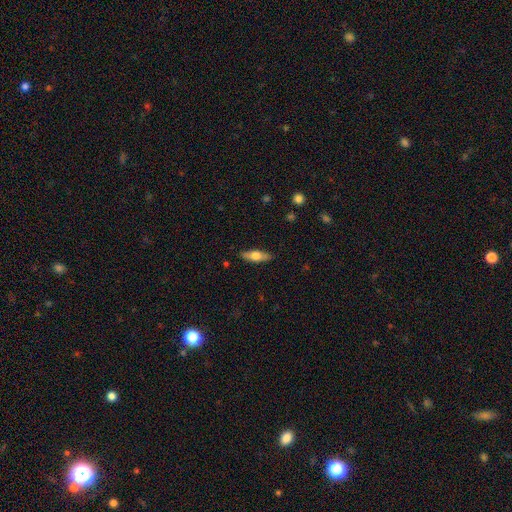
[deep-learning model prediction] smooth_or_featured: smooth (p=0.59) [alt: featured or disk p=0.35]
how_rounded: in between (p=0.51) [alt: cigar-shaped p=0.46]
merging: none (p=0.88) [alt: minor disturbance p=0.09]